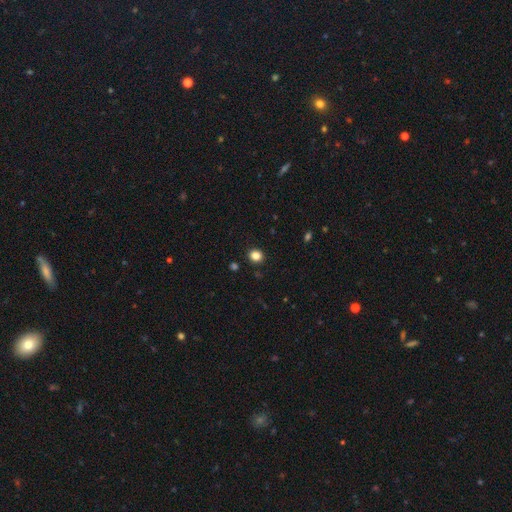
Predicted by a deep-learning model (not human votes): A smooth galaxy with no disk features (84%) that is round (81%).

Vote fractions:
- Smooth or featured? smooth: 84% / star or artifact: 13% / featured or disk: 4%
- How rounded? round: 81% / in between: 18% / cigar-shaped: 1%
- Merging? none: 91% / minor disturbance: 5% / major disturbance: 2% / merger: 1%